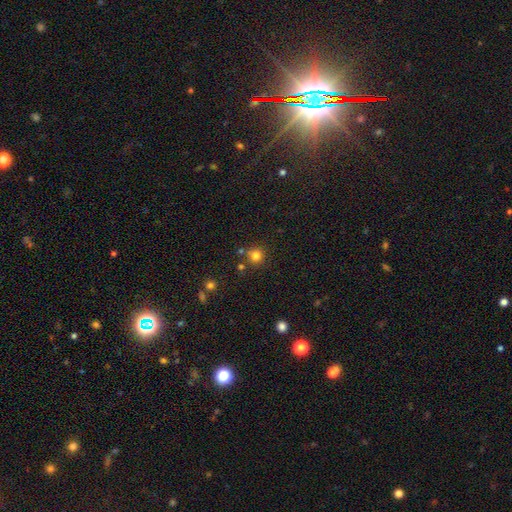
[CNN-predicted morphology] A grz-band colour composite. It shows a smooth galaxy with no disk features (79%) that is round (93%). Merging: none (79%).